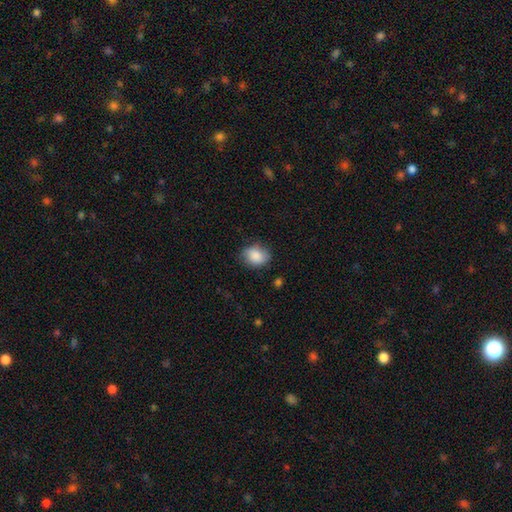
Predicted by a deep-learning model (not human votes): smooth-or-featured: smooth: 86% | star or artifact: 7% | featured or disk: 6%
  how-rounded: in between: 56% | round: 43% | cigar-shaped: 1%
  merging: none: 75% | minor disturbance: 19% | major disturbance: 4% | merger: 1%